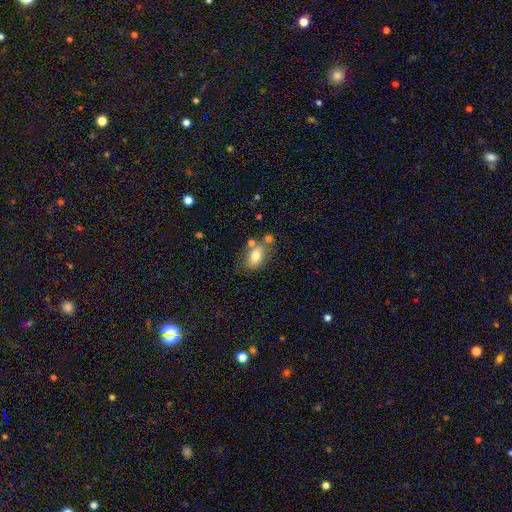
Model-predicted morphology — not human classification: smooth 72%, featured or disk 19%, star or artifact 9%. Down the decision tree: how rounded — in between (85%); merging — none (59%).